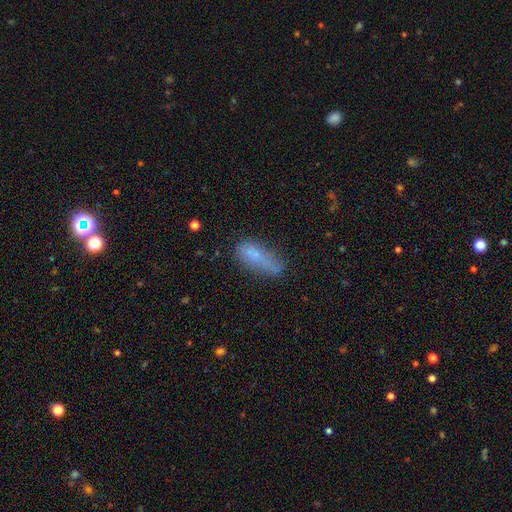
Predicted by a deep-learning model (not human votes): Q: Smooth or featured?
A: smooth (68%); runner-up: featured or disk (21%)
Q: How rounded?
A: in between (65%); runner-up: cigar-shaped (32%)
Q: Merging?
A: none (40%); runner-up: minor disturbance (31%)